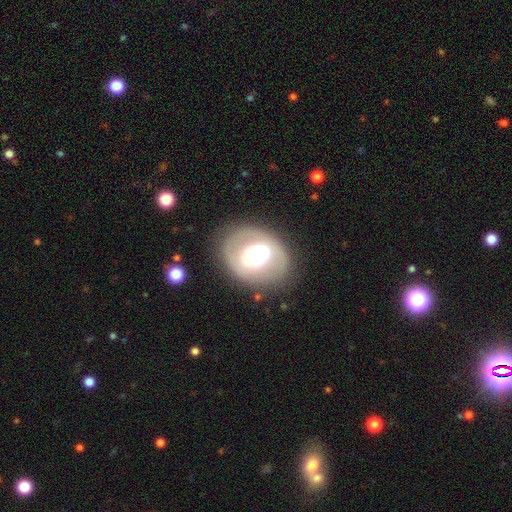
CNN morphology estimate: smooth_or_featured: featured or disk (p=0.54) [alt: smooth p=0.39]
disk_edge_on: no (p=0.95) [alt: yes p=0.05]
bar: no (p=0.66) [alt: weak p=0.23]
has_spiral_arms: no (p=0.68) [alt: yes p=0.32]
bulge_size: moderate (p=0.59) [alt: large p=0.26]
merging: none (p=0.78) [alt: minor disturbance p=0.13]